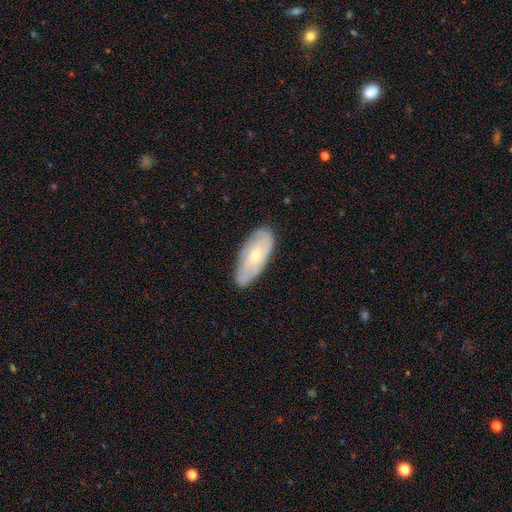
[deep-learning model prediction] This is possibly a featured or disk galaxy (53%). It is clearly not viewed edge-on (85%). Merging: likely none (79%).